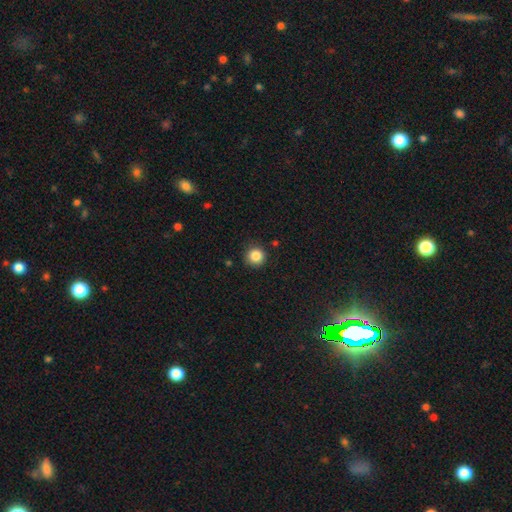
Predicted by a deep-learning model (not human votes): Smooth or featured: smooth — 86% (star or artifact — 11%)
How rounded: round — 94% (in between — 5%)
Merging: none — 88% (minor disturbance — 8%)